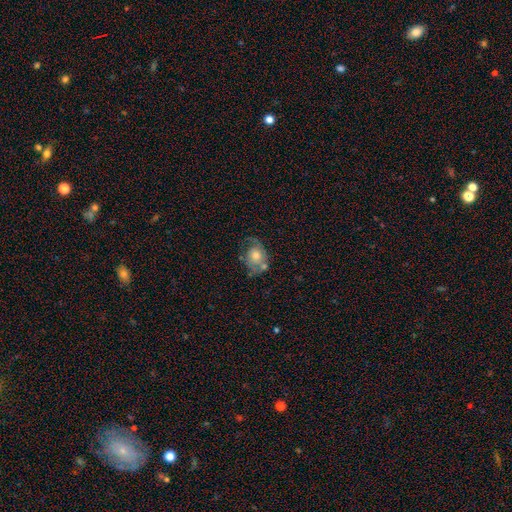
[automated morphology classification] This appears to be a featured or disk galaxy (47%). Merging: none (41%).